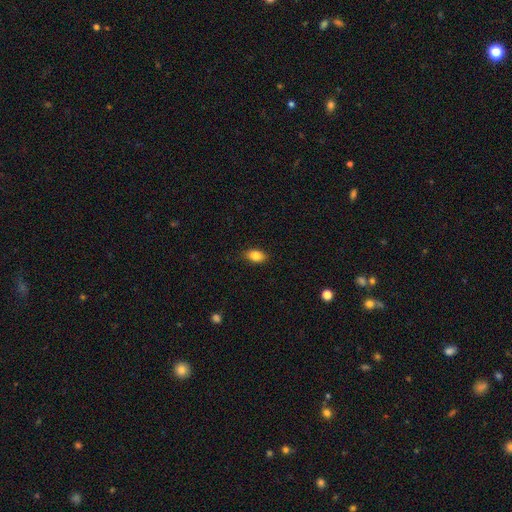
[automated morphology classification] smooth-or-featured: smooth: 84% | star or artifact: 9% | featured or disk: 8%
  how-rounded: in between: 86% | round: 11% | cigar-shaped: 3%
  merging: none: 86% | minor disturbance: 11% | major disturbance: 2% | merger: 1%